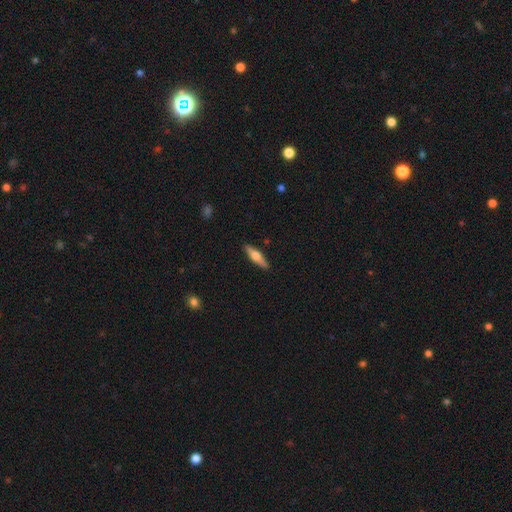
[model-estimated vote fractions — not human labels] smooth_or_featured: smooth (p=0.49) [alt: featured or disk p=0.46]
merging: none (p=0.89) [alt: minor disturbance p=0.08]